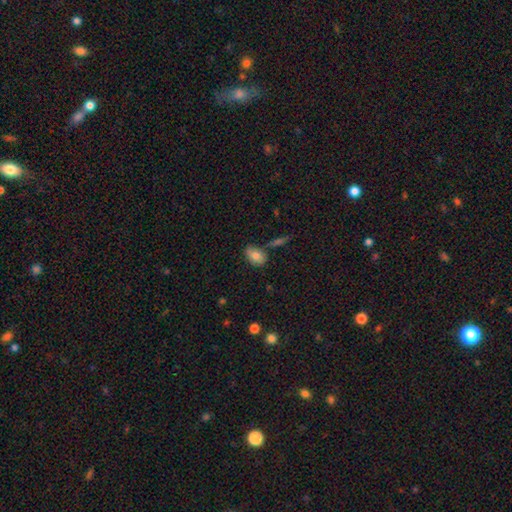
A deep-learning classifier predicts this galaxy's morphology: This is likely a smooth galaxy (78%). How rounded: clearly in between (85%). Merging: likely none (67%).